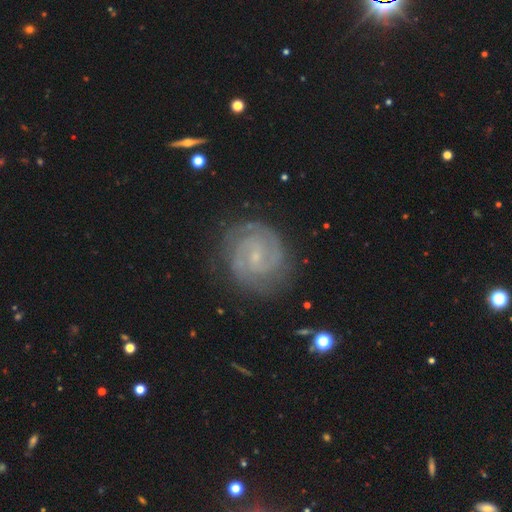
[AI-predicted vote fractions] Smooth or featured? Predicted: featured or disk (p=0.88). Edge-on disk? Predicted: no (p=0.98). Bar? Predicted: weak (p=0.45). Spiral arms? Predicted: yes (p=0.98). Spiral winding? Predicted: tight (p=0.65). Spiral arm count? Predicted: 2 (p=0.74). Bulge size? Predicted: small (p=0.79). Merging? Predicted: none (p=0.82).